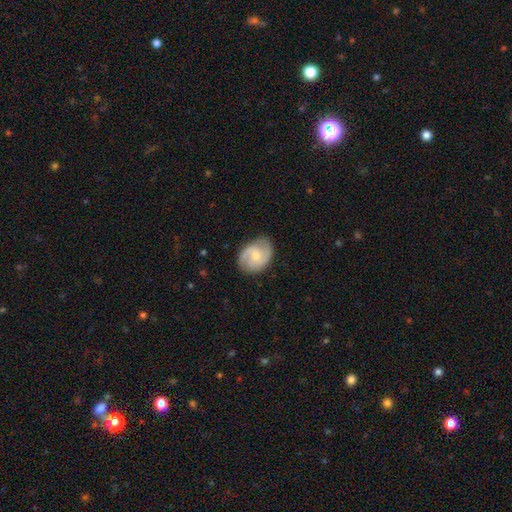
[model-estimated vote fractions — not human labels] Overall: featured or disk (69%). Edge-on disk: no (98%). Bar: no (52%; weak 41%). Spiral arms: yes (94%). Spiral arm count: 2 (84%). Spiral winding: medium (51%; tight 27%). Bulge size: small (53%; moderate 38%). Merging: none (78%).